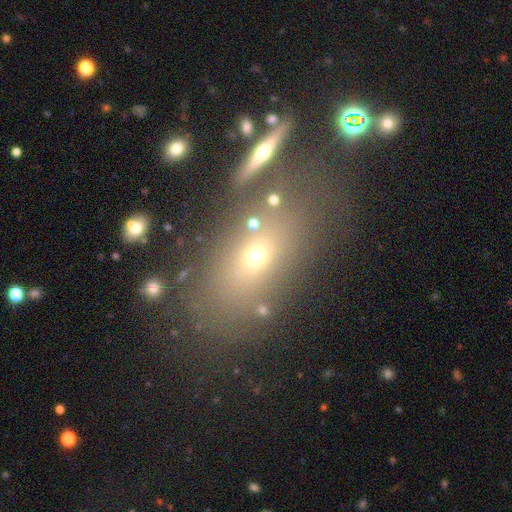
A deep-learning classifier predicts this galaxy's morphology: smooth-or-featured: smooth: 58% | featured or disk: 21% | star or artifact: 21%
  how-rounded: in between: 72% | round: 22% | cigar-shaped: 6%
  merging: none: 70% | minor disturbance: 13% | merger: 10% | major disturbance: 7%